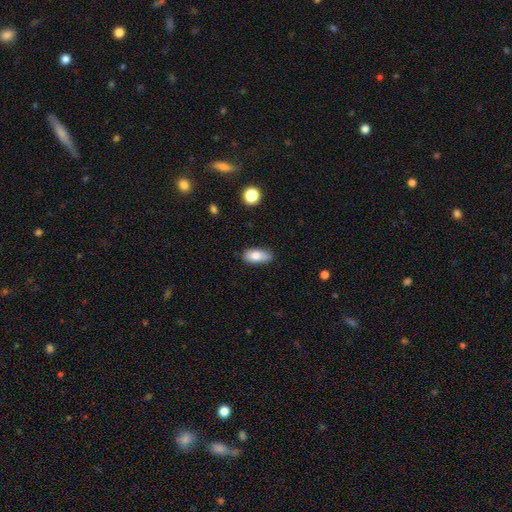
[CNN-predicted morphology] A smooth galaxy with no disk features (80%) that is in between round and cigar-shaped (86%). Merging: none (73%).